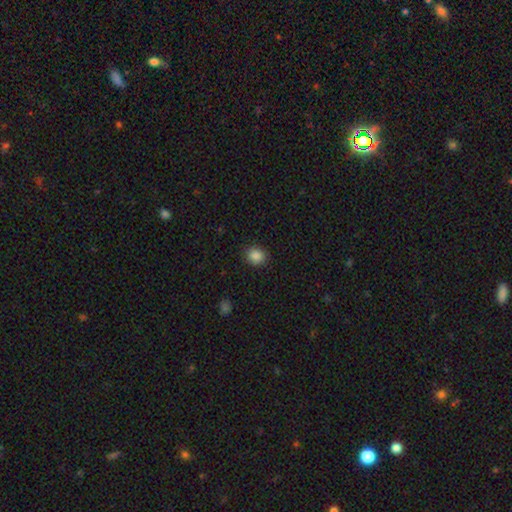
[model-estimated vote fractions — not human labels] The model was most divided on "how rounded": round: 72%, in between: 27%, cigar-shaped: 1%. More confident: merging — none (88%); smooth or featured — smooth (87%).